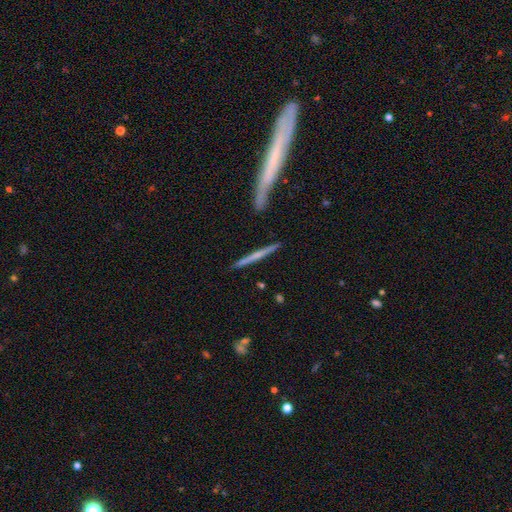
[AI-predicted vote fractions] Smooth or featured? featured or disk (54%)
Edge-on disk? yes (96%)
Edge-on bulge? none (65%)
Merging? none (82%)